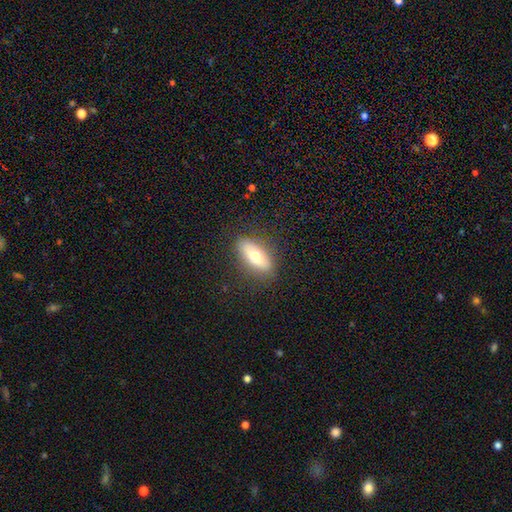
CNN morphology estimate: Smooth or featured?
  - smooth: 65% *
  - featured or disk: 27%
  - star or artifact: 8%
How rounded?
  - in between: 72% *
  - cigar-shaped: 24%
  - round: 4%
Merging?
  - none: 85% *
  - minor disturbance: 11%
  - major disturbance: 3%
  - merger: 1%